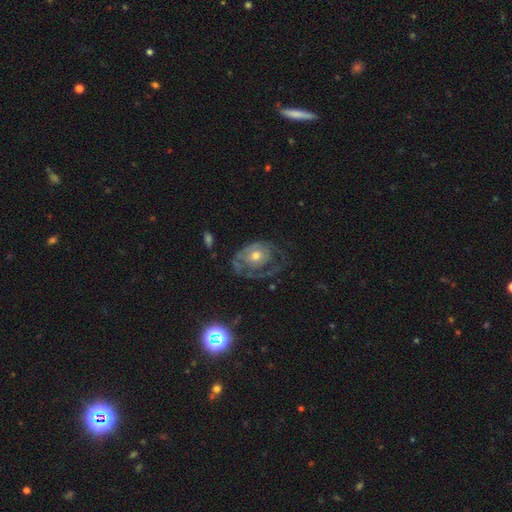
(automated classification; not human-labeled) A featured or disk galaxy (70%) with no bar (82%), spiral arms (68%) and a moderate central bulge (60%). Merging: none (43%).